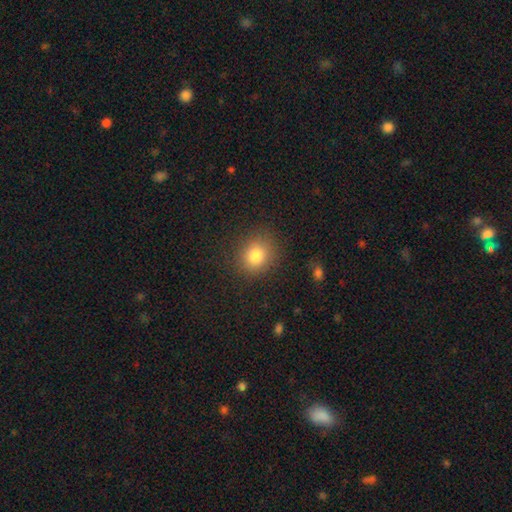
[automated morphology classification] type=smooth (81%); roundness=round (74%); merging=none (85%).